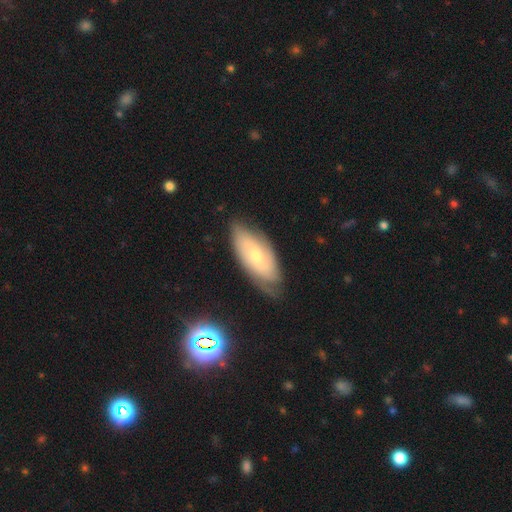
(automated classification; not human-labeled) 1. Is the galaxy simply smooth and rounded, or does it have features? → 61% featured or disk, 31% smooth, 8% star or artifact.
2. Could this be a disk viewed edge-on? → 88% no, 12% yes.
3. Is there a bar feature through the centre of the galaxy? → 54% no, 38% weak, 8% strong.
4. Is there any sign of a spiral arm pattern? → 85% yes, 15% no.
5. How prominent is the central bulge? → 50% small, 45% moderate, 2% large, 2% none, 1% dominant.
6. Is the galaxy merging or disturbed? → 70% none, 23% minor disturbance, 5% major disturbance, 2% merger.